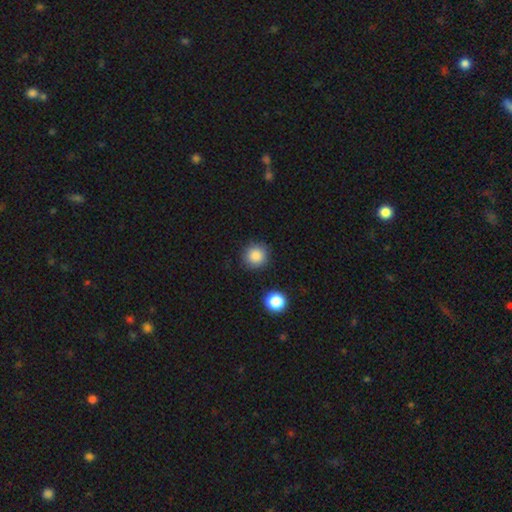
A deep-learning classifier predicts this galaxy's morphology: smooth 87%, star or artifact 9%, featured or disk 4%. Down the decision tree: how rounded — round (93%); merging — none (87%).